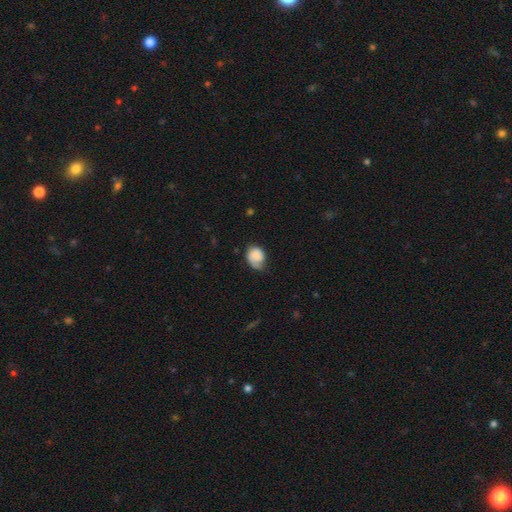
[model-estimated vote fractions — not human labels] This appears to be a smooth galaxy with no disk features (64%) that is in between round and cigar-shaped (54%). Merging: none (43%).